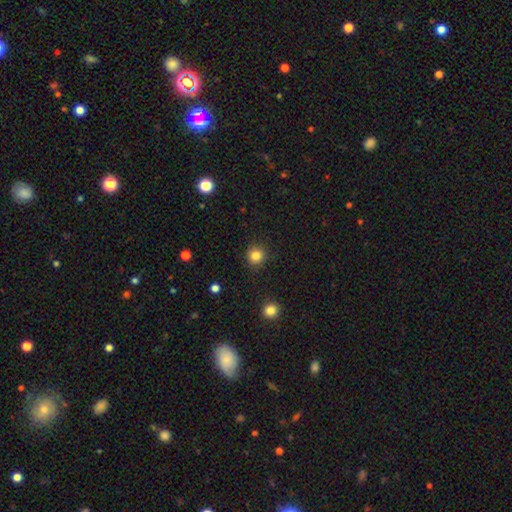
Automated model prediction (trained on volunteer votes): This appears to be a smooth galaxy with no disk features (83%) that is round (92%). Merging: none (89%).